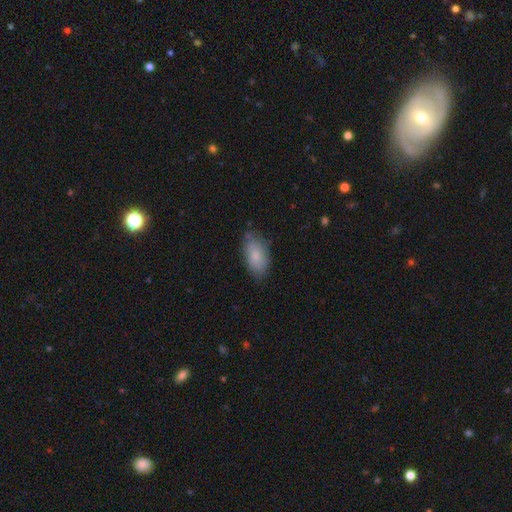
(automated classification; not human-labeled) Smooth or featured?
  - smooth: 80% *
  - featured or disk: 13%
  - star or artifact: 7%
How rounded?
  - in between: 93% *
  - round: 4%
  - cigar-shaped: 3%
Merging?
  - none: 73% *
  - minor disturbance: 21%
  - major disturbance: 4%
  - merger: 2%